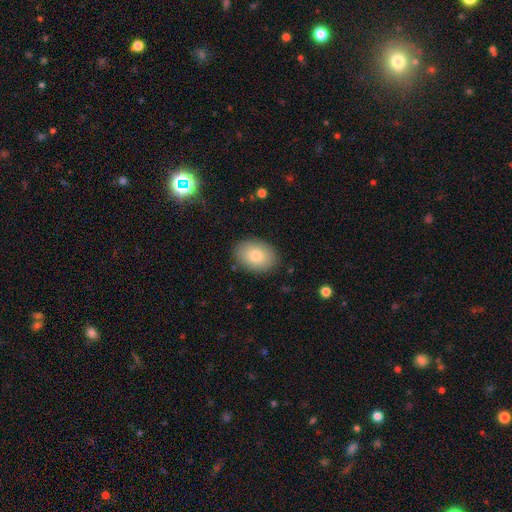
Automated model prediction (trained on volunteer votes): Overall: smooth (83%). How rounded: in between (79%). Merging: none (86%).